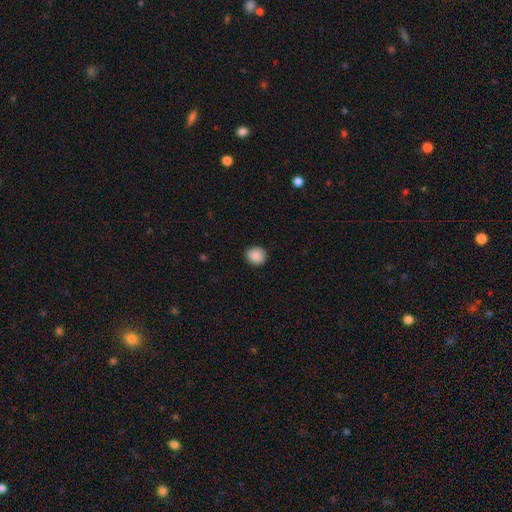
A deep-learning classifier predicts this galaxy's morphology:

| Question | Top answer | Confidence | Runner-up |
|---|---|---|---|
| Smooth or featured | smooth | 89% | star or artifact (8%) |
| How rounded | round | 86% | in between (13%) |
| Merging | none | 90% | minor disturbance (8%) |